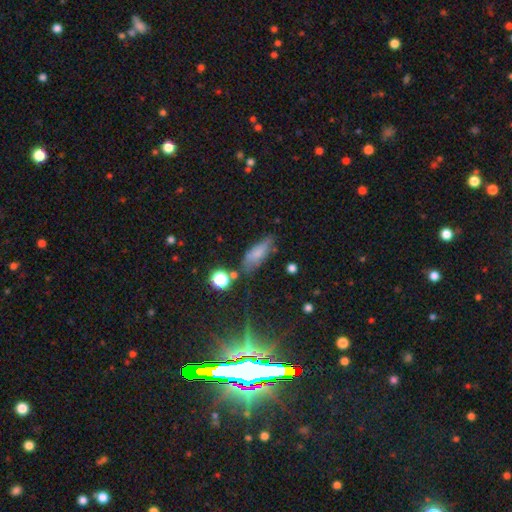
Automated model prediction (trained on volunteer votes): A smooth galaxy with no disk features (38%, tied with star or artifact).

Vote fractions:
- Smooth or featured? smooth: 38% (tied) / star or artifact: 38% (tied) / featured or disk: 24%
- Merging? none: 76% / minor disturbance: 15% / major disturbance: 6% / merger: 4%